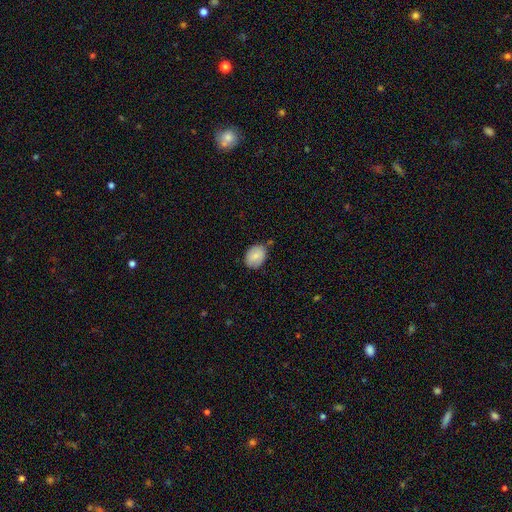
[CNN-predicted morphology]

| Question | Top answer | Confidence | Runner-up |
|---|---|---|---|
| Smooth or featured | smooth | 80% | featured or disk (13%) |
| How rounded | in between | 68% | round (31%) |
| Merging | none | 73% | minor disturbance (20%) |